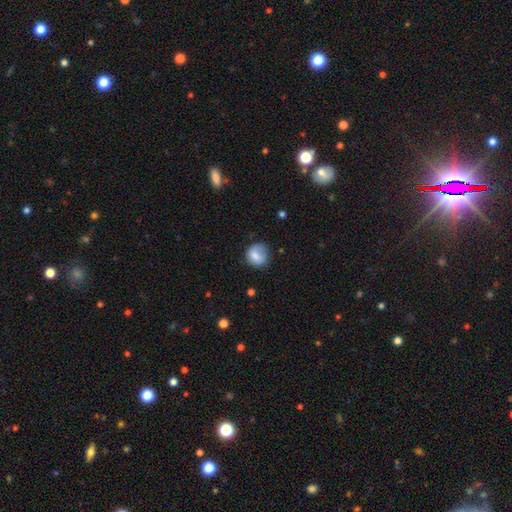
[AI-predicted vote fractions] This appears to be a smooth galaxy with no disk features (79%) that is round (78%). Merging: none (61%).